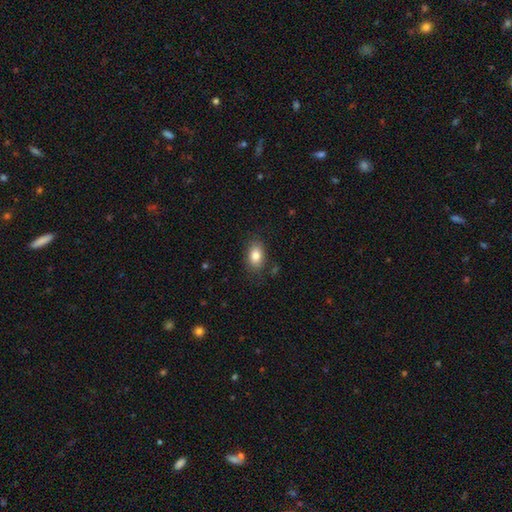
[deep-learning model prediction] Q: Smooth or featured?
A: smooth (82%); runner-up: featured or disk (10%)
Q: How rounded?
A: in between (85%); runner-up: round (13%)
Q: Merging?
A: none (82%); runner-up: minor disturbance (13%)